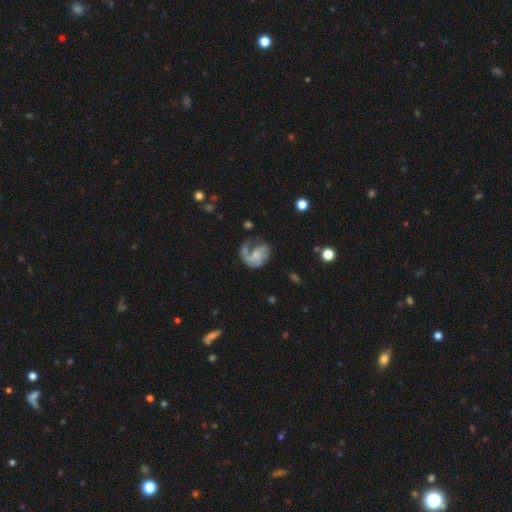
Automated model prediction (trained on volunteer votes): Smooth or featured?
  - featured or disk: 71% *
  - smooth: 22%
  - star or artifact: 7%
Edge-on disk?
  - no: 98% *
  - yes: 2%
Bar?
  - no: 63% *
  - weak: 31%
  - strong: 6%
Spiral arms?
  - yes: 86% *
  - no: 14%
Spiral winding?
  - loose: 41% *
  - medium: 40%
  - tight: 18%
Spiral arm count?
  - 1: 61% *
  - 2: 27%
  - can't tell: 7%
  - 3: 3%
  - 4: 1%
  - more than 4: 1%
Bulge size?
  - small: 52% *
  - moderate: 23%
  - none: 20%
  - large: 3%
  - dominant: 1%
Merging?
  - major disturbance: 38% *
  - none: 37%
  - minor disturbance: 20%
  - merger: 6%